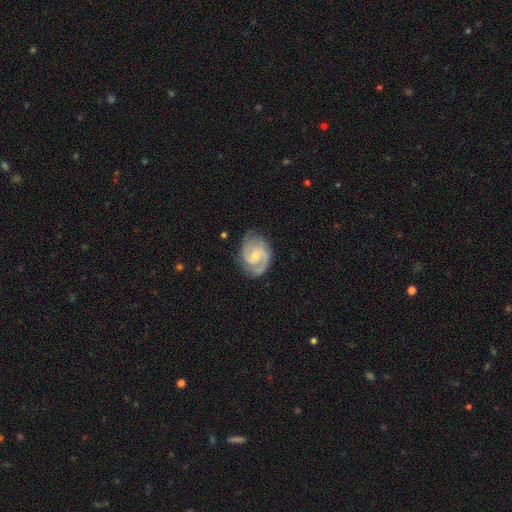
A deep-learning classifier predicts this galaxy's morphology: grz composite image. It shows a featured or disk galaxy (86%) with no bar (51%), 2 (80%) medium (48%) spiral arms (97%) and a small central bulge (61%). Merging: none (75%).